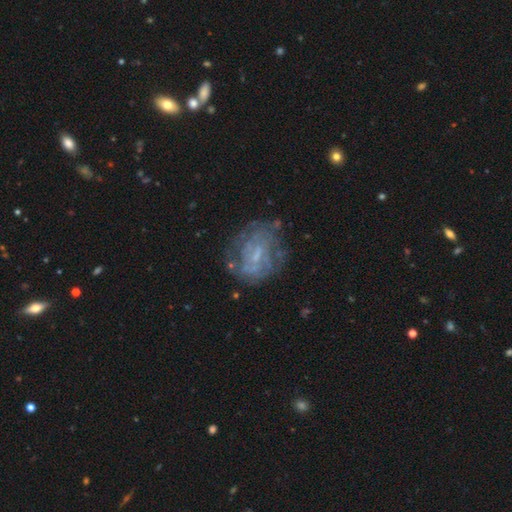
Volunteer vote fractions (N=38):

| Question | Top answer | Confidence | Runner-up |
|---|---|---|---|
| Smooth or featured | featured or disk | 84% | smooth (13%) |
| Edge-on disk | no | 94% | yes (6%) |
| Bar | weak | 57% | no (40%) |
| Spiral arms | yes | 67% | no (33%) |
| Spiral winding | tight | 80% | medium (20%) |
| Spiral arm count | can't tell | 75% | 2 (10%) |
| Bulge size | small | 47% | none (30%) |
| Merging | none | 59% | minor disturbance (24%) |